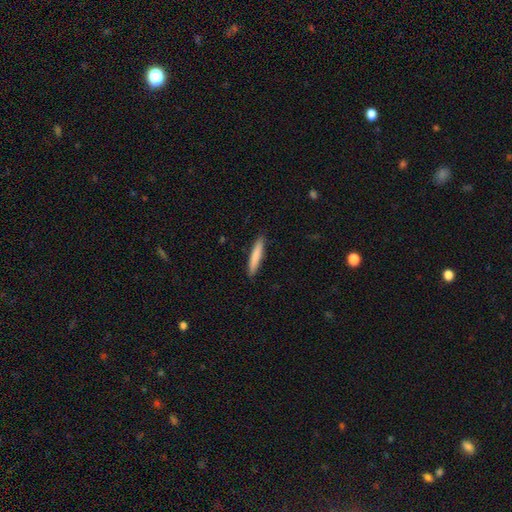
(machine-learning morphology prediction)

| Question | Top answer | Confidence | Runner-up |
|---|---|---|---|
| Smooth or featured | smooth | 81% | featured or disk (13%) |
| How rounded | cigar-shaped | 91% | in between (8%) |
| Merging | none | 90% | minor disturbance (8%) |